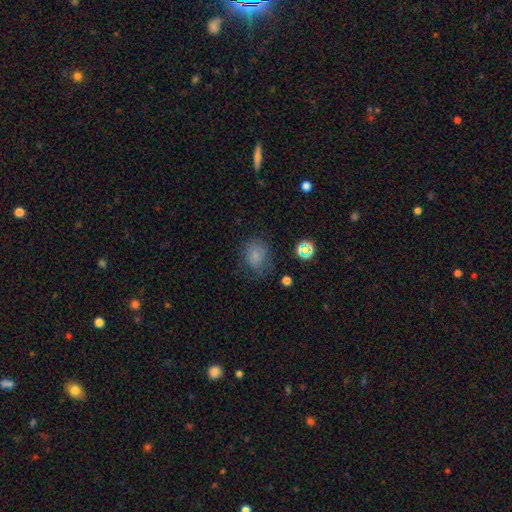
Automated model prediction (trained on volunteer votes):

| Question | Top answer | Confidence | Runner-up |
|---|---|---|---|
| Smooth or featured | smooth | 71% | star or artifact (17%) |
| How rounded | round | 63% | in between (36%) |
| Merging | none | 61% | minor disturbance (24%) |